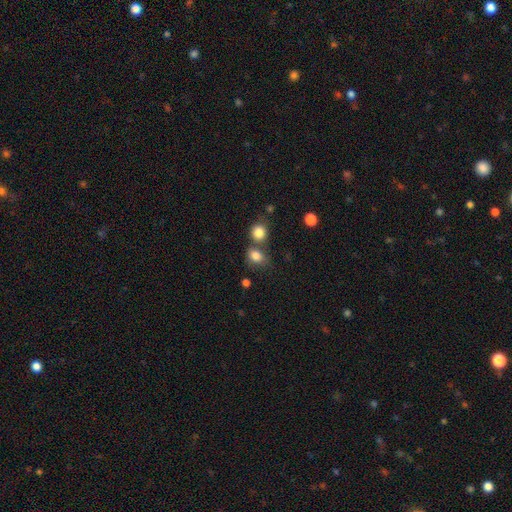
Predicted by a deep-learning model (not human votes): smooth_or_featured: smooth (p=0.83) [alt: star or artifact p=0.11]
how_rounded: round (p=0.52) [alt: in between p=0.47]
merging: none (p=0.52) [alt: merger p=0.30]